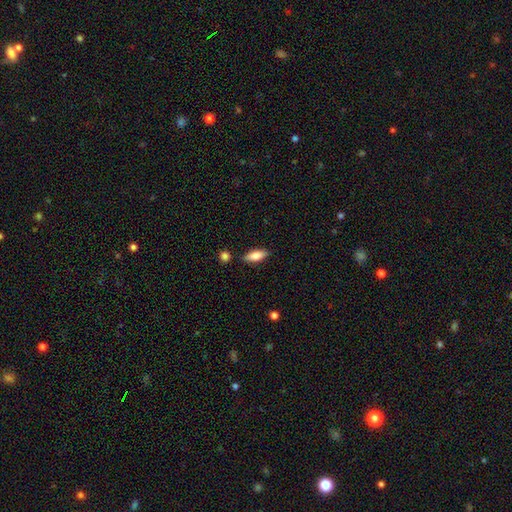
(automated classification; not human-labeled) A smooth galaxy with no disk features (77%) that is in between round and cigar-shaped (71%). Merging: none (84%).